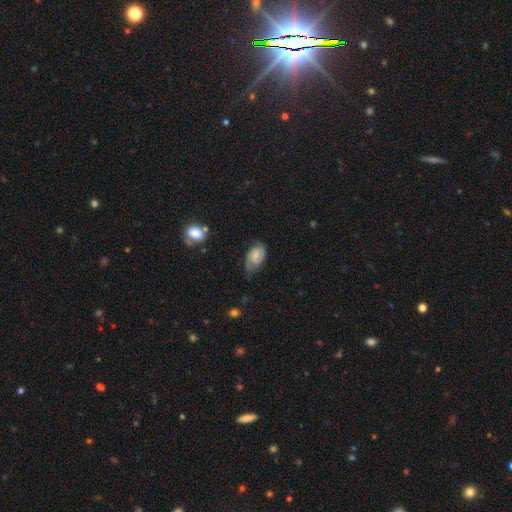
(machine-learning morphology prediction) Smooth or featured? Predicted: featured or disk (p=0.56). Edge-on disk? Predicted: no (p=0.96). Bar? Predicted: no (p=0.57). Spiral arms? Predicted: yes (p=0.89). Bulge size? Predicted: small (p=0.50). Merging? Predicted: none (p=0.56).